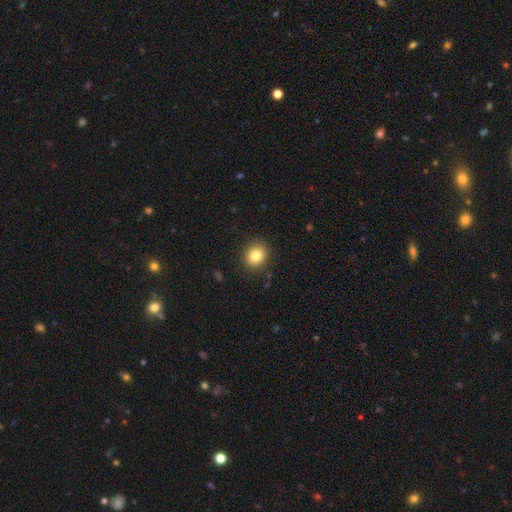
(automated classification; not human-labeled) A smooth galaxy with no disk features (82%) that is round (72%). Merging: none (88%).